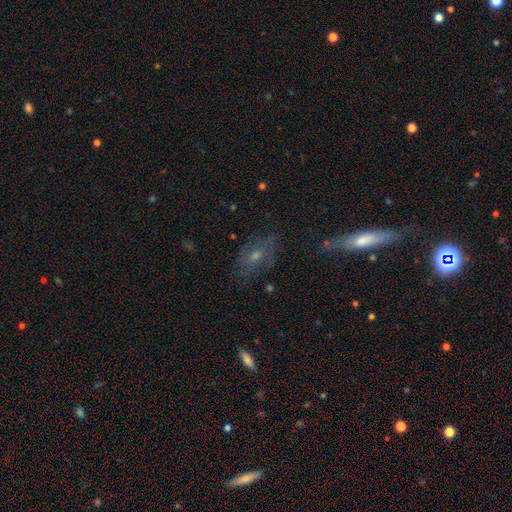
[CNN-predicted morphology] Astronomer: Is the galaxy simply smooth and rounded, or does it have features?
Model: featured or disk — 49% (runner-up: smooth, 34%).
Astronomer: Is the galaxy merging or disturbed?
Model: none — 63%.